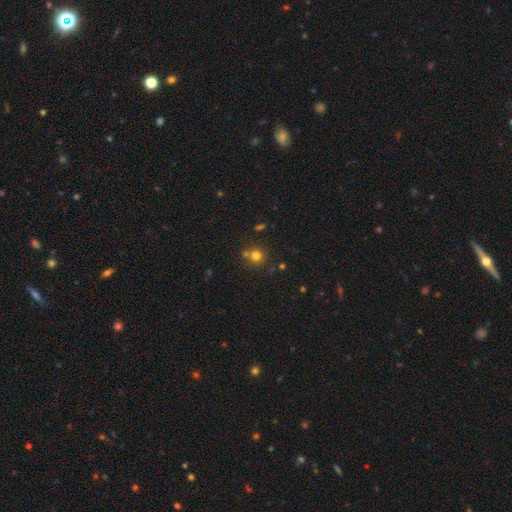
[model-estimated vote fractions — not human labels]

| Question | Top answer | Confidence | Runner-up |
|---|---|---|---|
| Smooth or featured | smooth | 74% | star or artifact (17%) |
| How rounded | round | 91% | in between (8%) |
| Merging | none | 69% | merger (19%) |